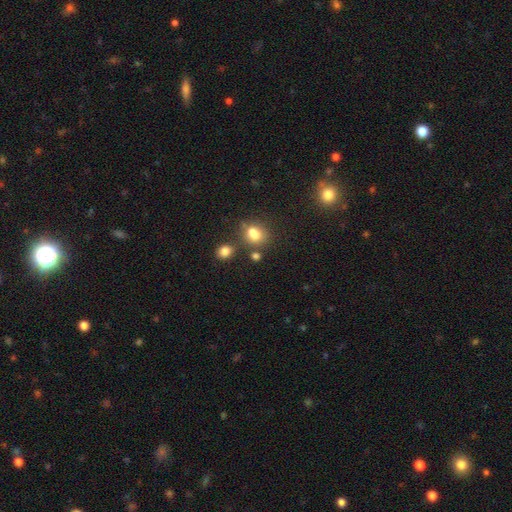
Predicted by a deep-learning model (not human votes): smooth 73%, star or artifact 18%, featured or disk 9%. Down the decision tree: how rounded — round (55%); merging — none (63%).